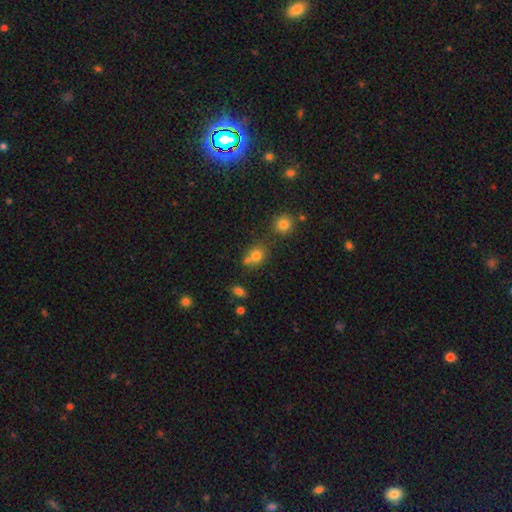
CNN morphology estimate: Smooth or featured? Predicted: smooth (p=0.75). How rounded? Predicted: round (p=0.65). Merging? Predicted: none (p=0.54).